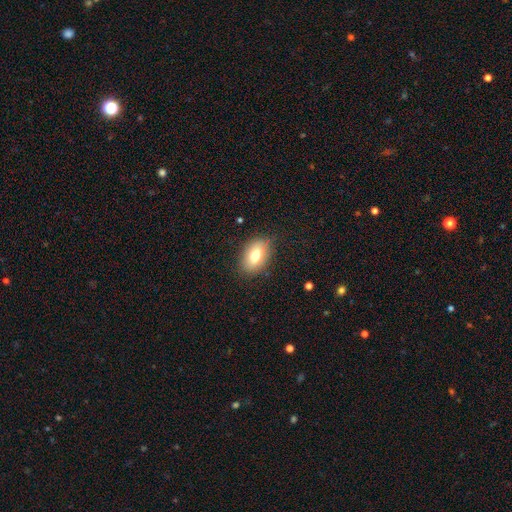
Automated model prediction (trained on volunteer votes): This appears to be a smooth galaxy with no disk features (77%) that is in between round and cigar-shaped (87%). Merging: none (83%).